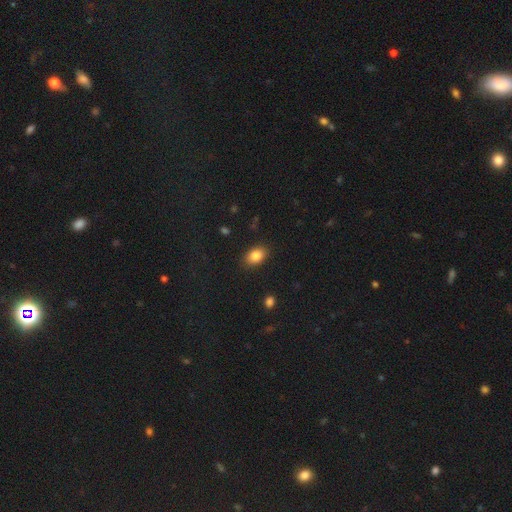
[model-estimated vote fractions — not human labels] smooth 85%, star or artifact 9%, featured or disk 7%. Down the decision tree: how rounded — in between (84%); merging — none (86%).